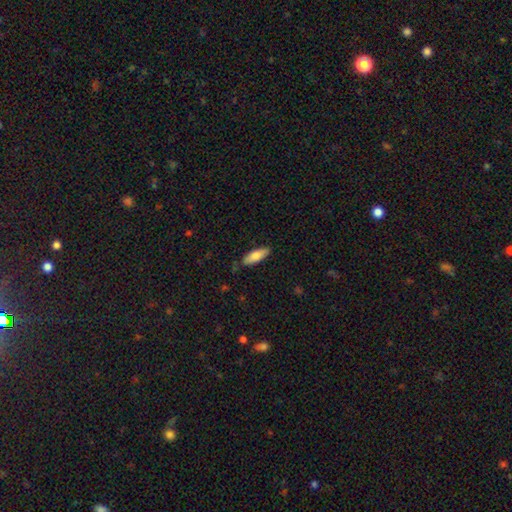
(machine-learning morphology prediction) Overall: smooth (79%). How rounded: in between (61%; cigar-shaped 37%). Merging: none (82%).